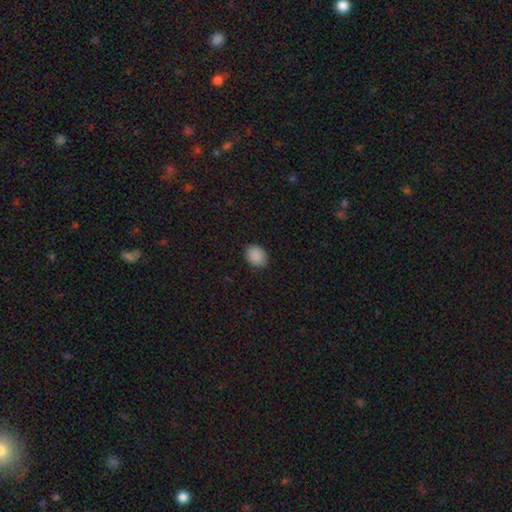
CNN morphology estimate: Q: Smooth or featured?
A: smooth (89%); runner-up: star or artifact (9%)
Q: How rounded?
A: in between (54%); runner-up: round (45%)
Q: Merging?
A: none (85%); runner-up: minor disturbance (12%)